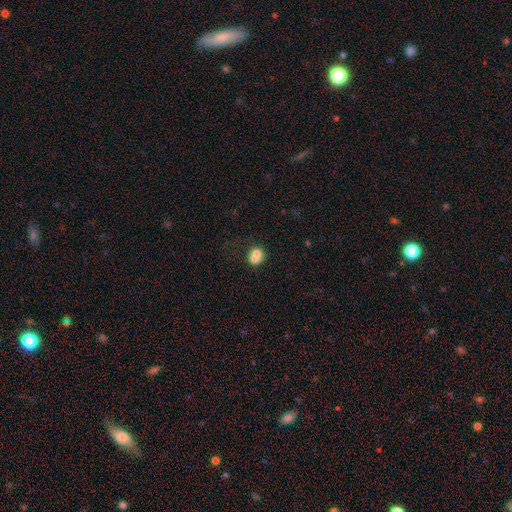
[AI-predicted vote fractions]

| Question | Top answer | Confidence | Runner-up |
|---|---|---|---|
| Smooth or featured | smooth | 68% | featured or disk (22%) |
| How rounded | round | 68% | in between (31%) |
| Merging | merger | 62% | none (25%) |